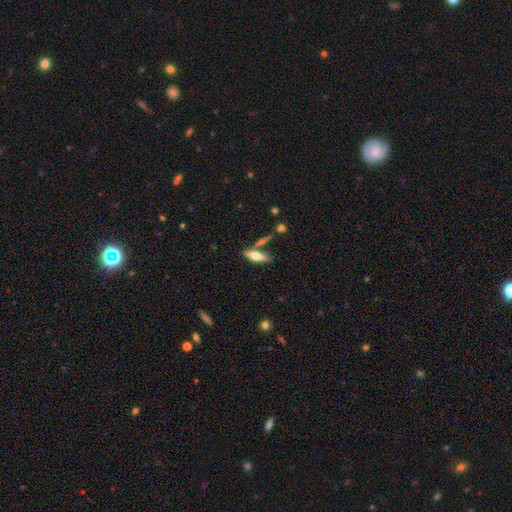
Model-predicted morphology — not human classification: Smooth or featured: smooth — 58% (featured or disk — 36%)
How rounded: cigar-shaped — 54% (in between — 44%)
Merging: none — 68% (merger — 15%)